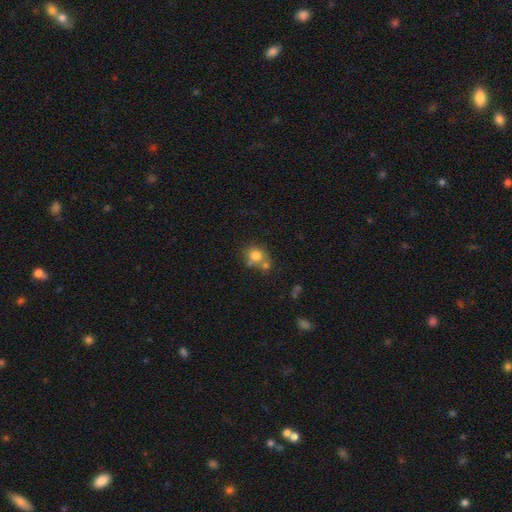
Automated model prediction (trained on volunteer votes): This appears to be a smooth galaxy with no disk features (78%) that is round (80%). Merging: none (48%).